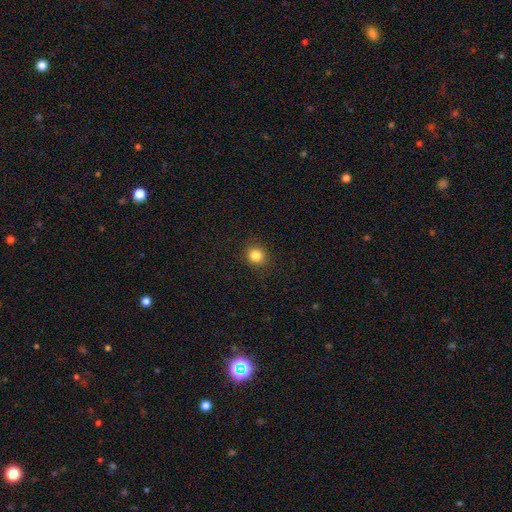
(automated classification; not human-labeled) This is clearly a smooth galaxy (83%). How rounded: clearly round (88%). Merging: clearly none (90%).